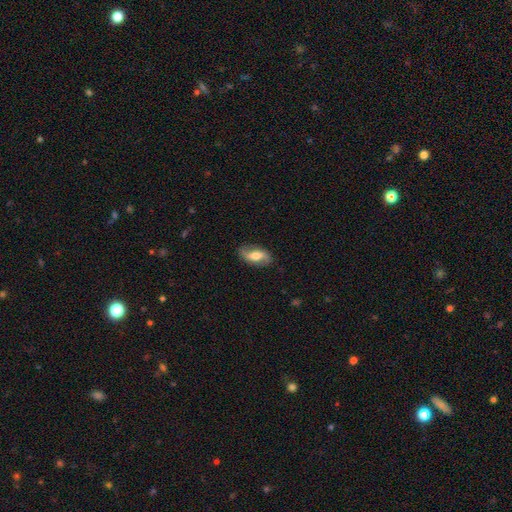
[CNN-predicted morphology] smooth-or-featured: featured or disk: 64% | smooth: 29% | star or artifact: 6%
  disk-edge-on: no: 91% | yes: 9%
    bar: weak: 41% | no: 32% | strong: 27%
    has-spiral-arms: yes: 87% | no: 13%
      spiral-winding: loose: 63% | medium: 26% | tight: 11%
      spiral-arm-count: 2: 90% | can't tell: 4% | 1: 3% | 3: 1% | 4: 1% | more than 4: 1%
    bulge-size: moderate: 64% | small: 17% | large: 15% | none: 2% | dominant: 2%
  merging: none: 83% | minor disturbance: 13% | major disturbance: 4% | merger: 1%